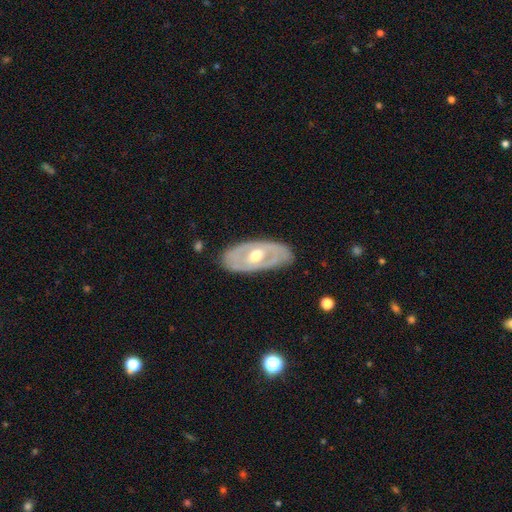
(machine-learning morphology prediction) type=featured or disk (69%); edge-on=no (86%); bar=no (66%); spiral arms=no (65%); bulge=moderate (75%); merging=none (81%).